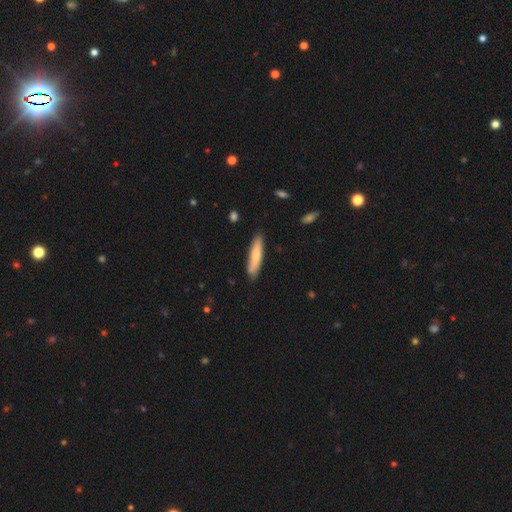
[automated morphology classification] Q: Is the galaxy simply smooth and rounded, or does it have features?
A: smooth — 74%.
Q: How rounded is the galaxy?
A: cigar-shaped — 82%.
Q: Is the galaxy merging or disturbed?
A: none — 84%.